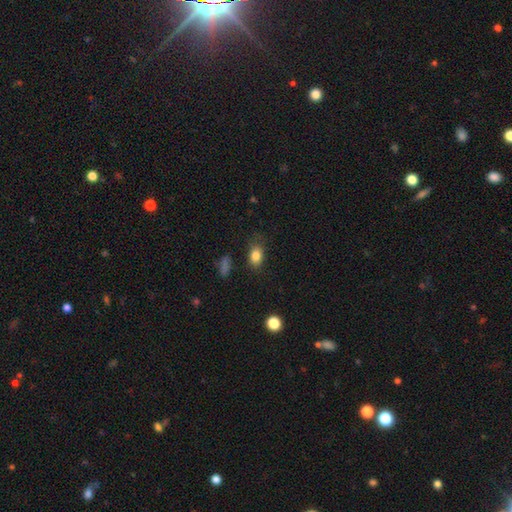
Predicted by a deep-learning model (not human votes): smooth 83%, star or artifact 10%, featured or disk 7%. Down the decision tree: how rounded — in between (79%); merging — none (76%).